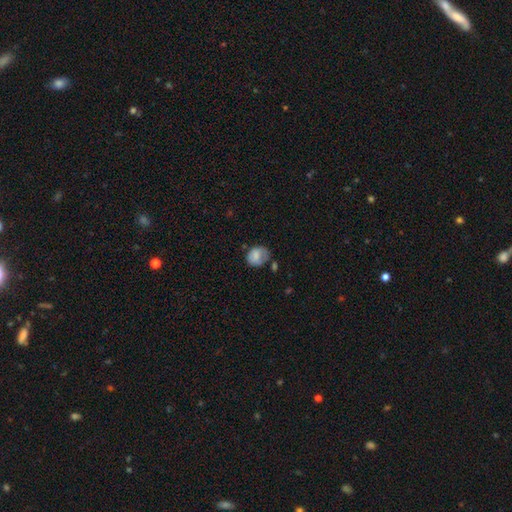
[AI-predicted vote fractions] Smooth or featured? smooth (72%)
How rounded? round (56%)
Merging? none (51%)